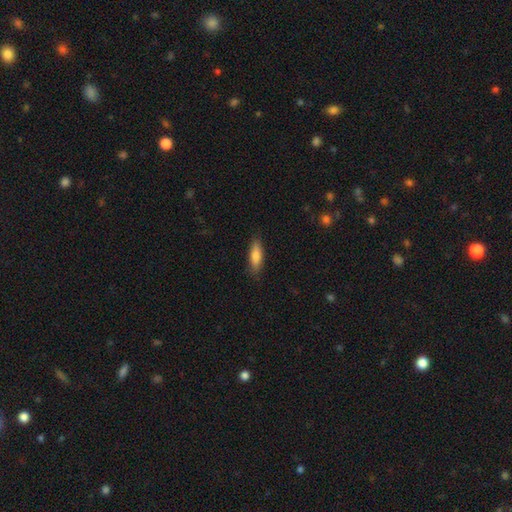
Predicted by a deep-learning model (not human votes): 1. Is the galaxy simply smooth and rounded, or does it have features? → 80% smooth, 14% featured or disk, 6% star or artifact.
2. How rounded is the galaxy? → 51% cigar-shaped, 47% in between, 2% round.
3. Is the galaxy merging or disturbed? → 85% none, 11% minor disturbance, 2% major disturbance, 1% merger.